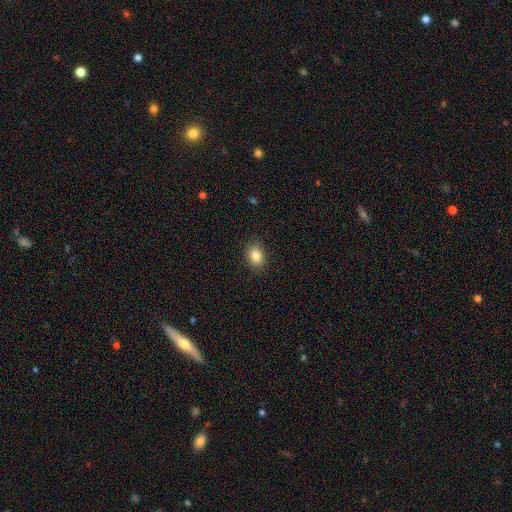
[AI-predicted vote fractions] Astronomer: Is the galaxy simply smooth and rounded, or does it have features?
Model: smooth — 86%.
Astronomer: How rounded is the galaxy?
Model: in between — 74%.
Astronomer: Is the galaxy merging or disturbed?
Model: none — 88%.